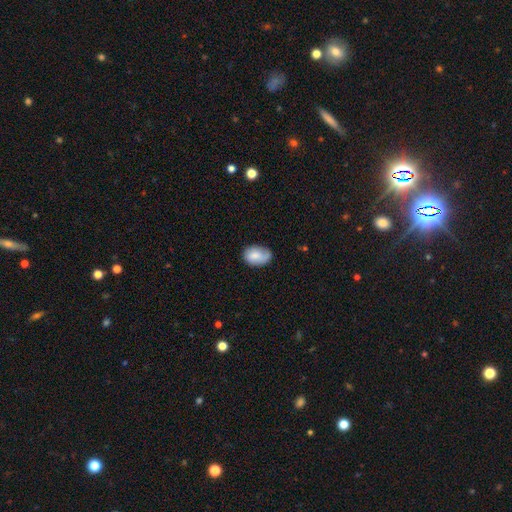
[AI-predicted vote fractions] smooth_or_featured: smooth (p=0.76) [alt: featured or disk p=0.17]
how_rounded: in between (p=0.81) [alt: round p=0.18]
merging: none (p=0.60) [alt: minor disturbance p=0.30]